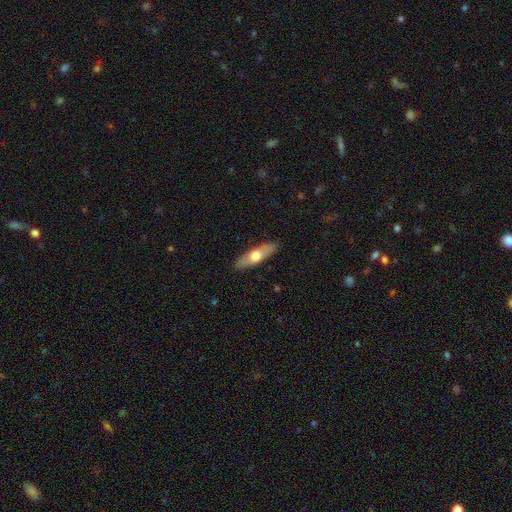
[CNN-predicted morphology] smooth-or-featured: smooth: 53% | featured or disk: 41% | star or artifact: 5%
  how-rounded: cigar-shaped: 58% | in between: 40% | round: 3%
  merging: none: 88% | minor disturbance: 9% | major disturbance: 2% | merger: 1%